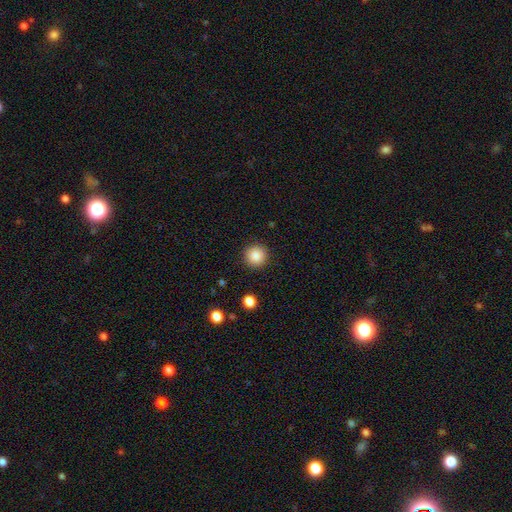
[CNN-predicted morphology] smooth_or_featured: smooth (p=0.87) [alt: star or artifact p=0.10]
how_rounded: round (p=0.95) [alt: in between p=0.04]
merging: none (p=0.92) [alt: minor disturbance p=0.05]